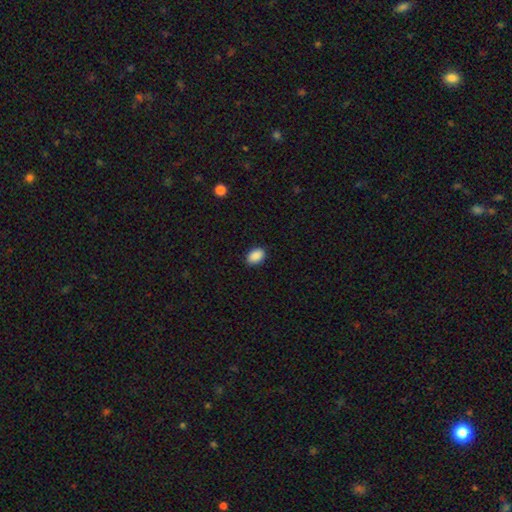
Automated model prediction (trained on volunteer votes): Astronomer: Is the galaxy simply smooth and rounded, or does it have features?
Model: smooth — 90%.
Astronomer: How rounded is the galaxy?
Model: in between — 83%.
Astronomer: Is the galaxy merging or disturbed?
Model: none — 89%.